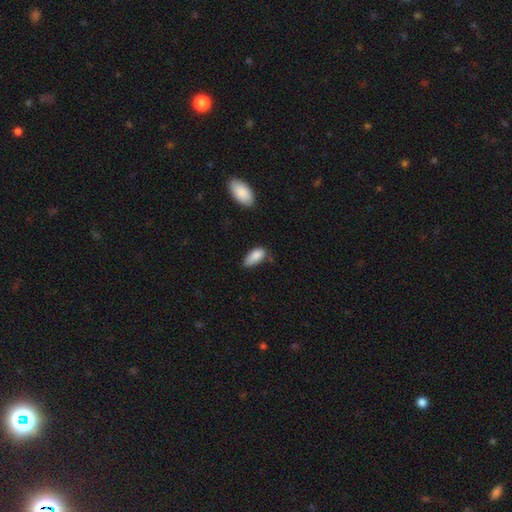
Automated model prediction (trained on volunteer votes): Smooth or featured? Predicted: smooth (p=0.85). How rounded? Predicted: in between (p=0.88). Merging? Predicted: none (p=0.46).